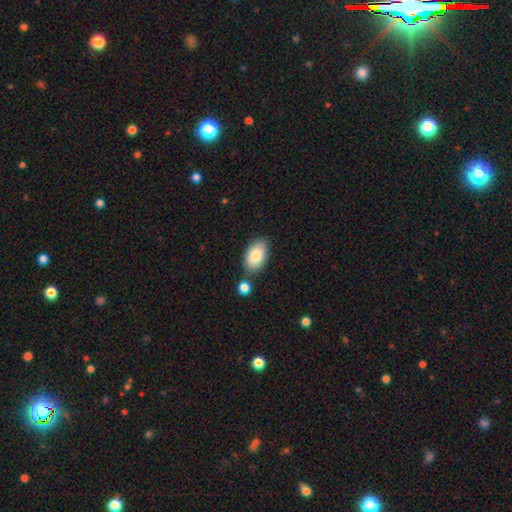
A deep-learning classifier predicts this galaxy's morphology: type=smooth (82%); roundness=in between (93%); merging=none (76%).